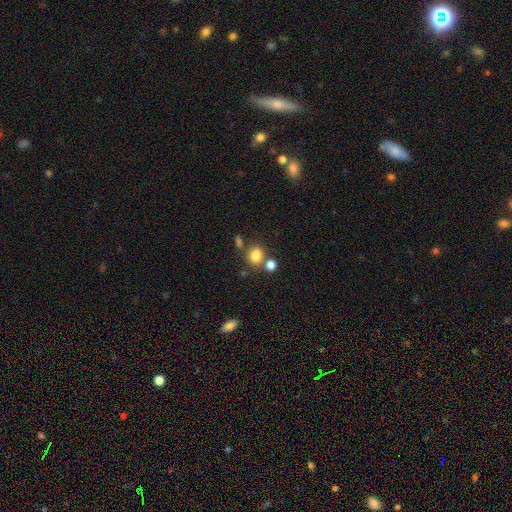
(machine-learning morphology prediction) The model was most divided on "how rounded": round: 56%, in between: 43%, cigar-shaped: 1%. More confident: smooth or featured — smooth (80%); merging — none (58%).